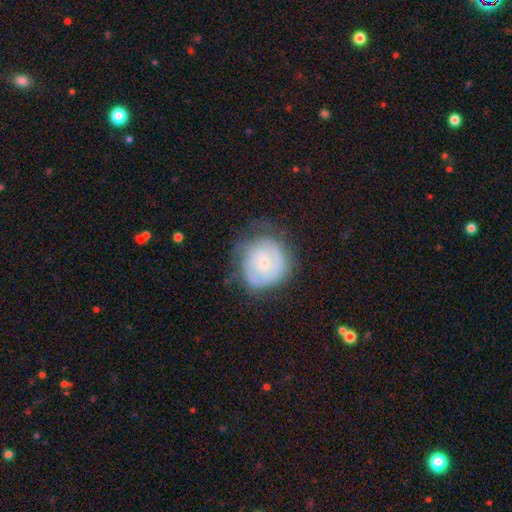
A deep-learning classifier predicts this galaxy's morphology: Smooth or featured? Predicted: featured or disk (p=0.57). Edge-on disk? Predicted: no (p=0.98). Bar? Predicted: no (p=0.81). Spiral arms? Predicted: yes (p=0.70). Bulge size? Predicted: small (p=0.74). Merging? Predicted: none (p=0.57).